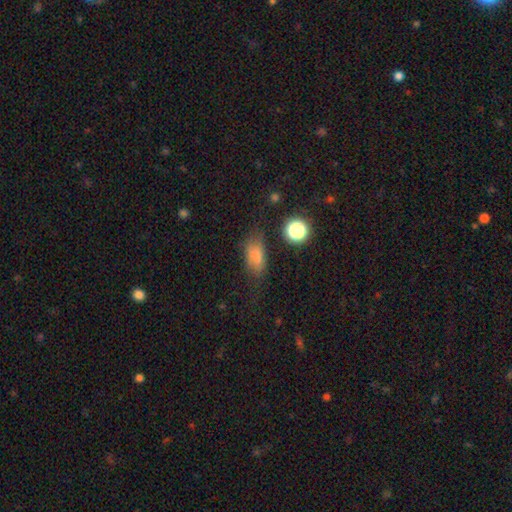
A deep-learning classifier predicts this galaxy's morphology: smooth-or-featured: smooth: 71% | star or artifact: 16% | featured or disk: 13%
  how-rounded: in between: 82% | round: 11% | cigar-shaped: 8%
  merging: none: 56% | minor disturbance: 26% | major disturbance: 15% | merger: 3%